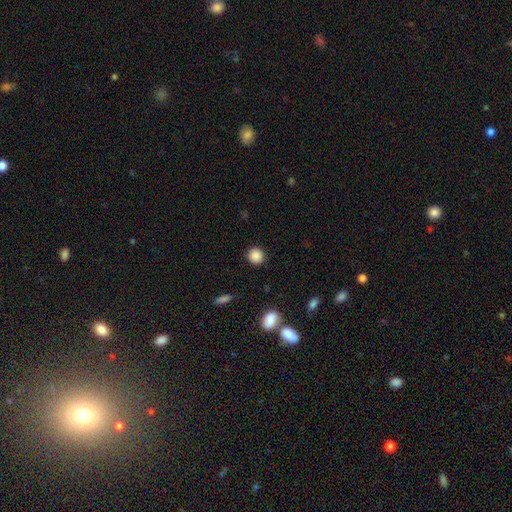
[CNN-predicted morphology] This appears to be a smooth galaxy with no disk features (88%) that is round (90%). Merging: none (90%).